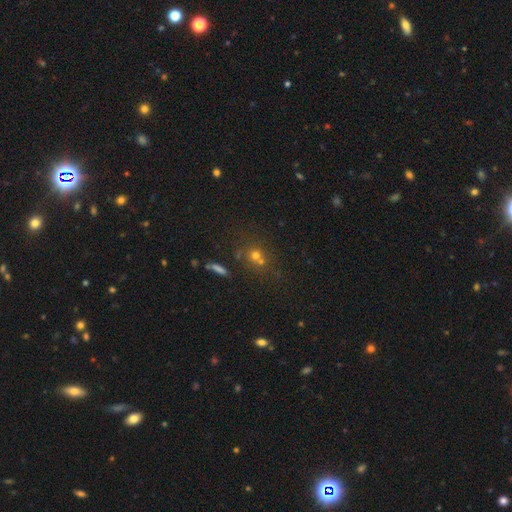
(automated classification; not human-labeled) smooth-or-featured: smooth: 53% | star or artifact: 33% | featured or disk: 14%
  how-rounded: round: 79% | in between: 18% | cigar-shaped: 2%
  merging: none: 57% | merger: 27% | minor disturbance: 11% | major disturbance: 5%